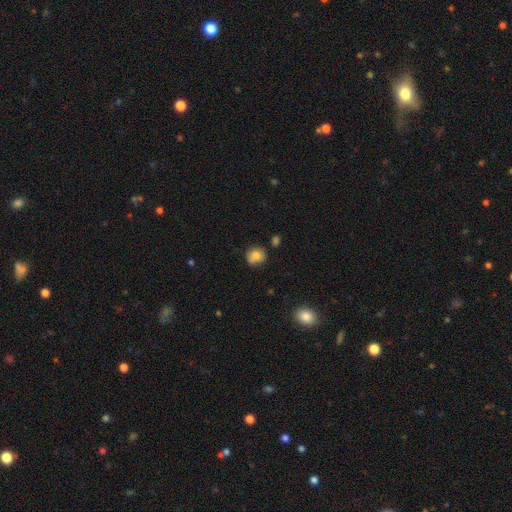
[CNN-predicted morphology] Smooth or featured? Predicted: smooth (p=0.76). How rounded? Predicted: round (p=0.82). Merging? Predicted: none (p=0.71).